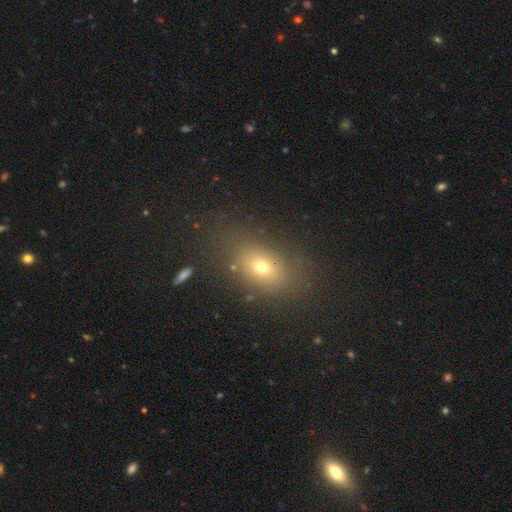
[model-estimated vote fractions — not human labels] smooth-or-featured: smooth: 64% | star or artifact: 22% | featured or disk: 14%
  how-rounded: in between: 70% | round: 26% | cigar-shaped: 4%
  merging: none: 80% | minor disturbance: 12% | major disturbance: 6% | merger: 2%